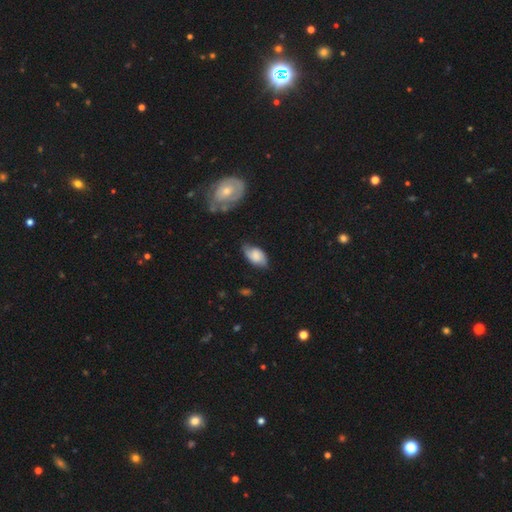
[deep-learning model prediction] A smooth galaxy with no disk features (56%) that is in between round and cigar-shaped (91%). Merging: none (60%).